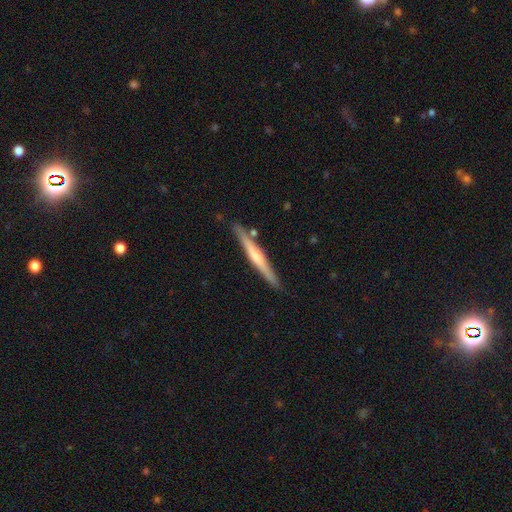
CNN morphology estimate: Smooth or featured? featured or disk (59%)
Edge-on disk? yes (97%)
Edge-on bulge? rounded (51%)
Merging? none (87%)